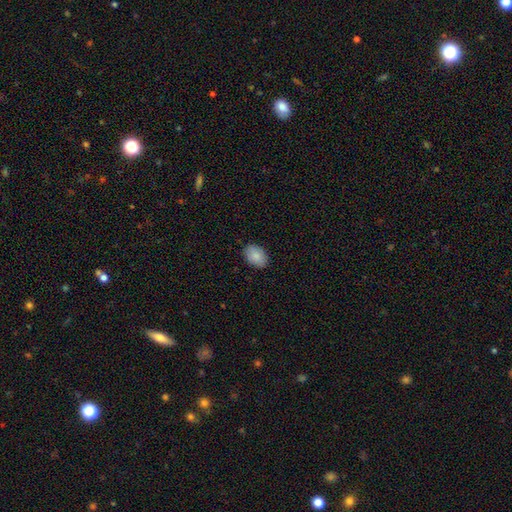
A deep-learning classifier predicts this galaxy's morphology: smooth-or-featured: smooth: 87% | star or artifact: 7% | featured or disk: 6%
  how-rounded: in between: 84% | round: 14% | cigar-shaped: 1%
  merging: none: 87% | minor disturbance: 10% | major disturbance: 2% | merger: 1%